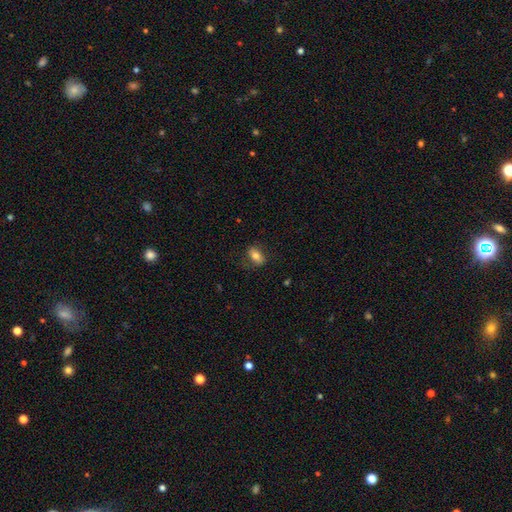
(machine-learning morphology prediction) smooth-or-featured: smooth: 74% | featured or disk: 18% | star or artifact: 8%
  how-rounded: in between: 85% | round: 10% | cigar-shaped: 6%
  merging: none: 76% | minor disturbance: 17% | major disturbance: 6% | merger: 1%